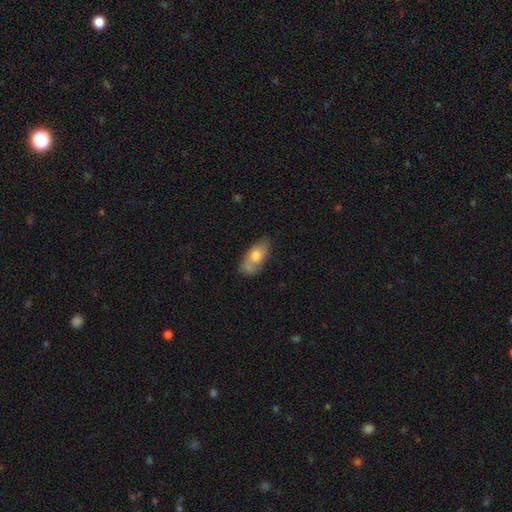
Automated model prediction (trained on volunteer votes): Morphology: type=smooth (70%); roundness=in between (85%); merging=none (58%).